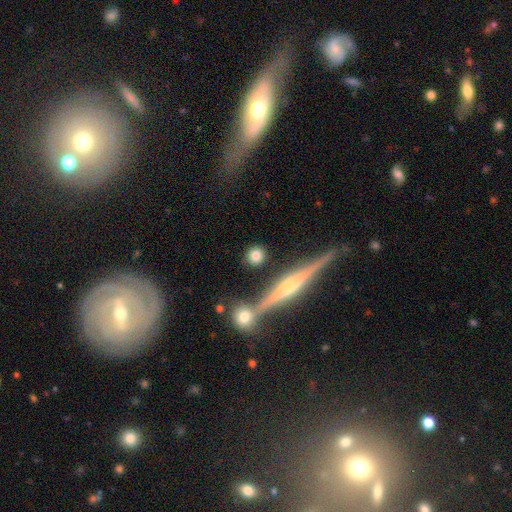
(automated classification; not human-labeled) Smooth or featured? smooth (79%)
How rounded? round (86%)
Merging? none (84%)